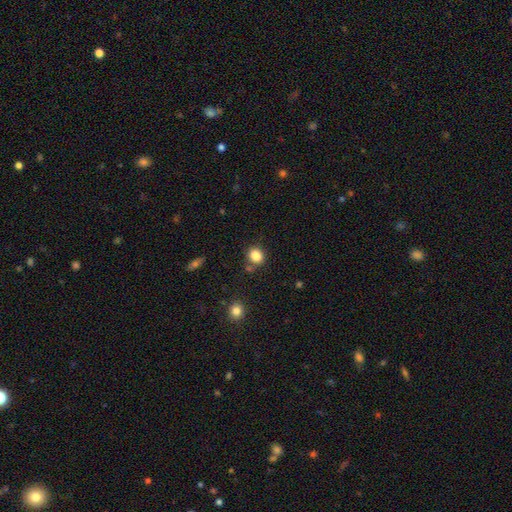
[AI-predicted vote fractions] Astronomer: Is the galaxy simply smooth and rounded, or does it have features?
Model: smooth — 85%.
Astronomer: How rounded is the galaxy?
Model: round — 66%.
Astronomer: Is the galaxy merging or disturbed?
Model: none — 78%.